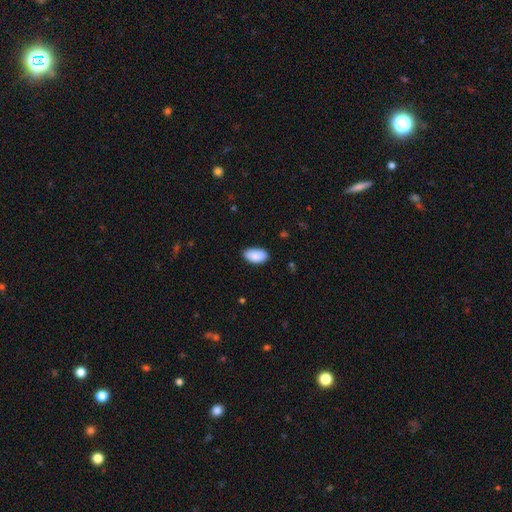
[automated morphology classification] Smooth or featured: smooth — 89% (star or artifact — 6%)
How rounded: in between — 95% (round — 4%)
Merging: none — 83% (minor disturbance — 14%)